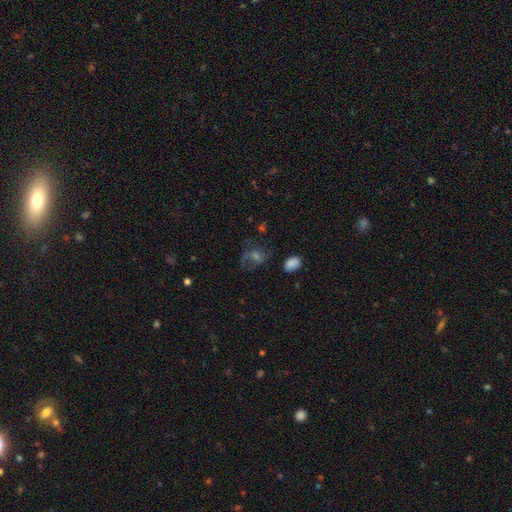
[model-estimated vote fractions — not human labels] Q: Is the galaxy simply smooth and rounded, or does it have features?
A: featured or disk — 44%.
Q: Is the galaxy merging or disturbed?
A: none — 49%.